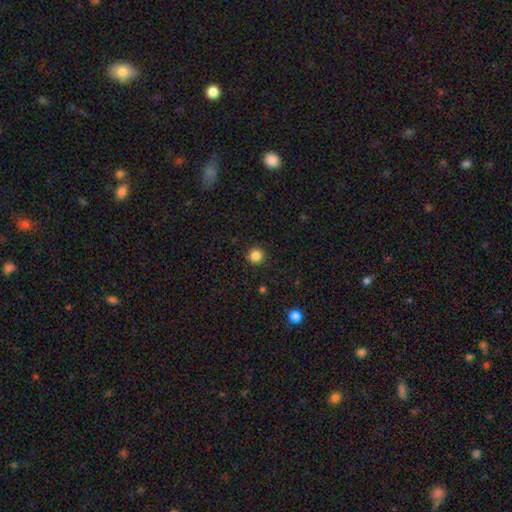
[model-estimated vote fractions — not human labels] Q: Smooth or featured?
A: smooth (85%); runner-up: star or artifact (12%)
Q: How rounded?
A: round (95%); runner-up: in between (4%)
Q: Merging?
A: none (93%); runner-up: minor disturbance (4%)